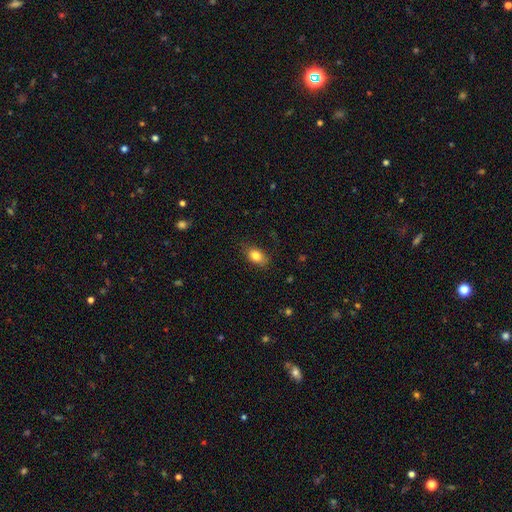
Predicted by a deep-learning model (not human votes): Smooth or featured? smooth (82%)
How rounded? in between (83%)
Merging? none (81%)